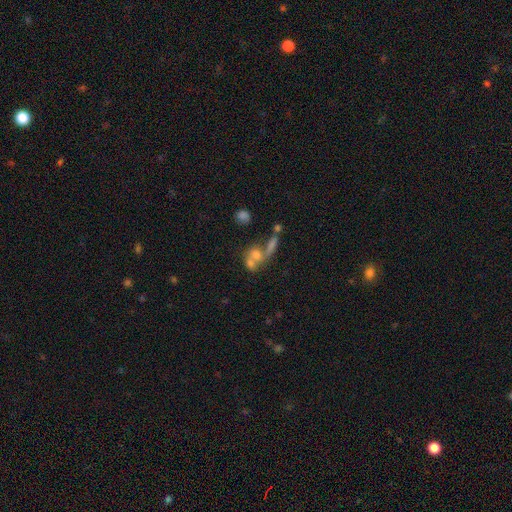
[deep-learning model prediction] The model was most divided on "smooth or featured": smooth: 48%, featured or disk: 34%, star or artifact: 18%. More confident: merging — merger (54%).